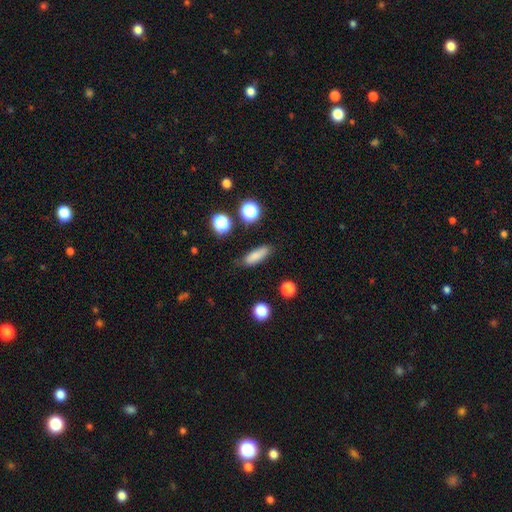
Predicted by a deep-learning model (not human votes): Morphology: type=smooth (81%); roundness=cigar-shaped (51%); merging=none (80%).